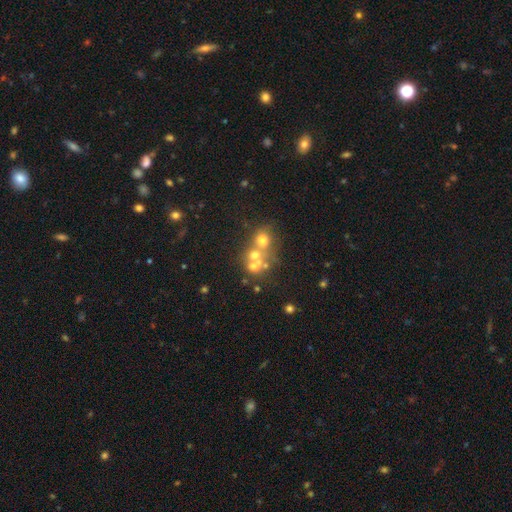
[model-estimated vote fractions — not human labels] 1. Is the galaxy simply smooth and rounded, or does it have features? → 48% smooth, 27% featured or disk, 25% star or artifact.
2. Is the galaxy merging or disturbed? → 49% merger, 37% none, 8% minor disturbance, 6% major disturbance.